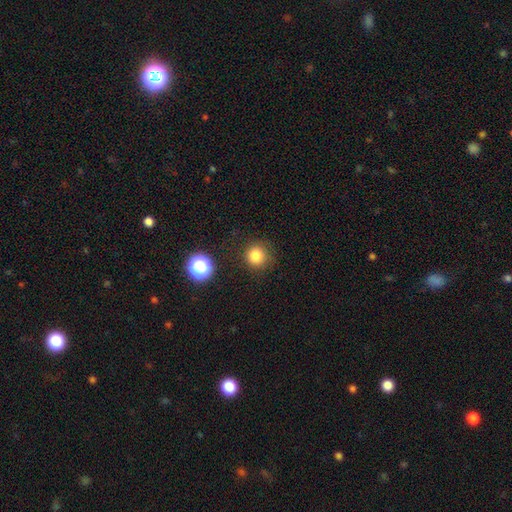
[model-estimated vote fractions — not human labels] A smooth galaxy with no disk features (82%) that is round (94%).

Vote fractions:
- Smooth or featured? smooth: 82% / star or artifact: 13% / featured or disk: 5%
- How rounded? round: 94% / in between: 5% / cigar-shaped: 1%
- Merging? none: 86% / minor disturbance: 9% / major disturbance: 3% / merger: 2%